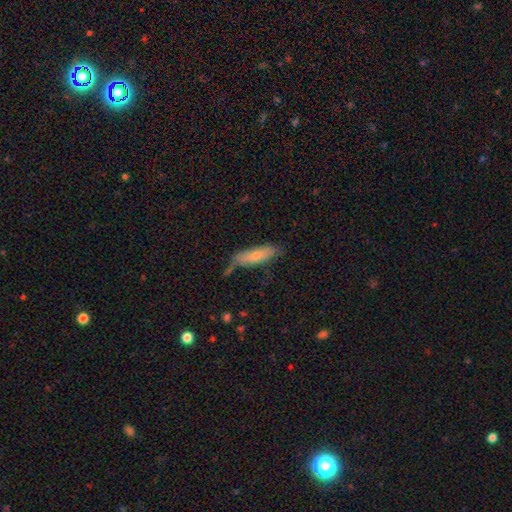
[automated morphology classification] smooth_or_featured: smooth (p=0.74) [alt: featured or disk p=0.20]
how_rounded: cigar-shaped (p=0.58) [alt: in between p=0.40]
merging: none (p=0.62) [alt: minor disturbance p=0.24]